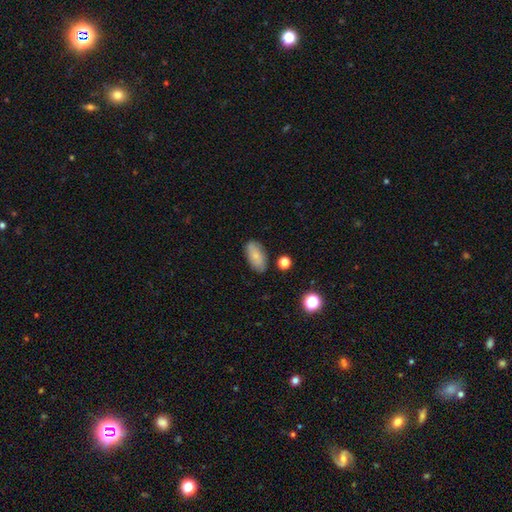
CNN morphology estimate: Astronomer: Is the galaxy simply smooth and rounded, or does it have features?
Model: smooth — 78%.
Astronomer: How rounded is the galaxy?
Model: in between — 91%.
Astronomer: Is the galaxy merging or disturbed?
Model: none — 82%.